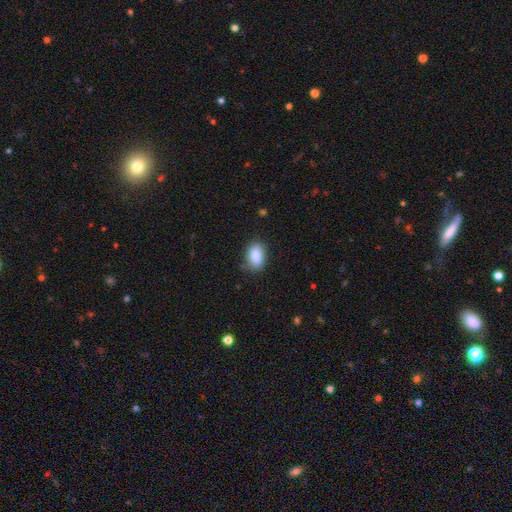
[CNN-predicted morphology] Overall: smooth (87%). How rounded: in between (86%). Merging: none (76%).